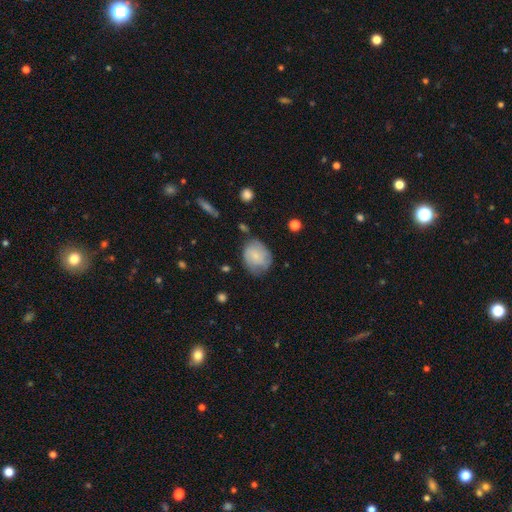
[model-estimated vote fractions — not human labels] smooth_or_featured: smooth (p=0.56) [alt: featured or disk p=0.37]
how_rounded: round (p=0.55) [alt: in between p=0.44]
merging: none (p=0.60) [alt: minor disturbance p=0.28]